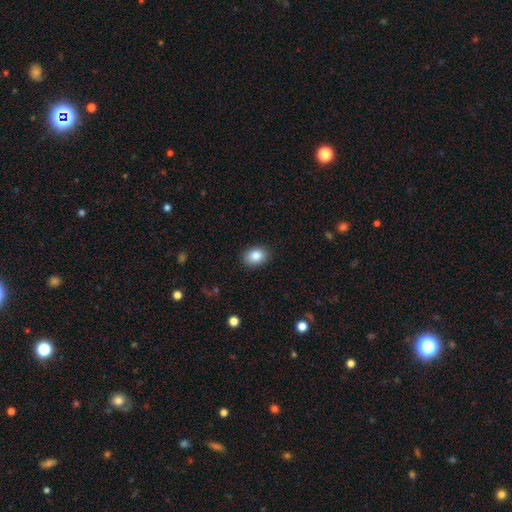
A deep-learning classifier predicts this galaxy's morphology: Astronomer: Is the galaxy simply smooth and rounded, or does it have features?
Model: smooth — 87%.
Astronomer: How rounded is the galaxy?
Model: in between — 71%.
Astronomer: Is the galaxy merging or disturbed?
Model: none — 88%.